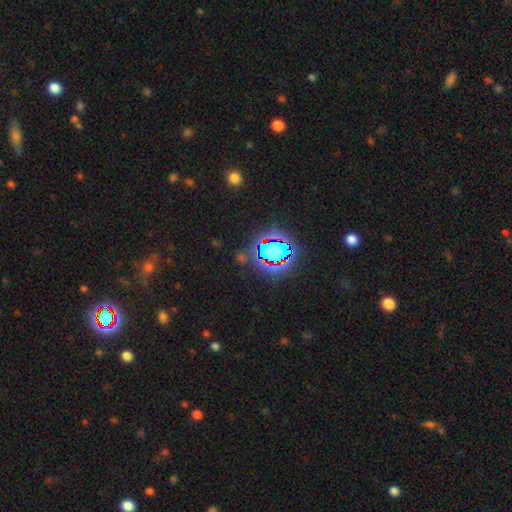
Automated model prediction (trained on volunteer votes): Q: Smooth or featured?
A: star or artifact (80%); runner-up: smooth (13%)